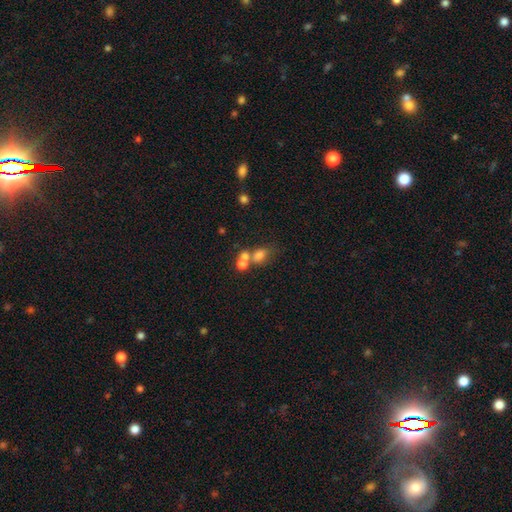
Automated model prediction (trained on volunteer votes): Overall: smooth (66%). How rounded: round (53%; in between 45%). Merging: merger (50%; none 36%).